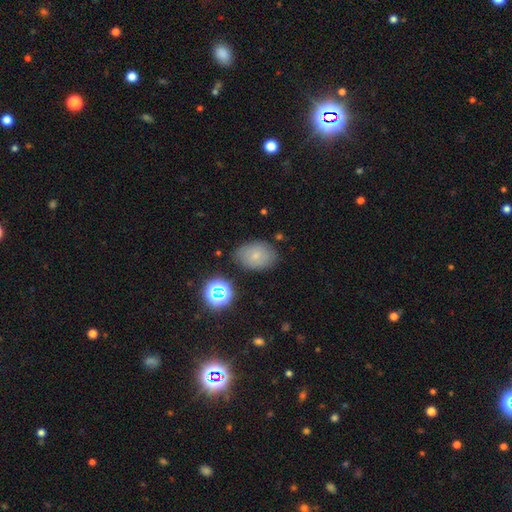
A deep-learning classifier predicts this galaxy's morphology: smooth_or_featured: smooth (p=0.69) [alt: featured or disk p=0.16]
how_rounded: in between (p=0.74) [alt: round p=0.25]
merging: none (p=0.76) [alt: minor disturbance p=0.17]